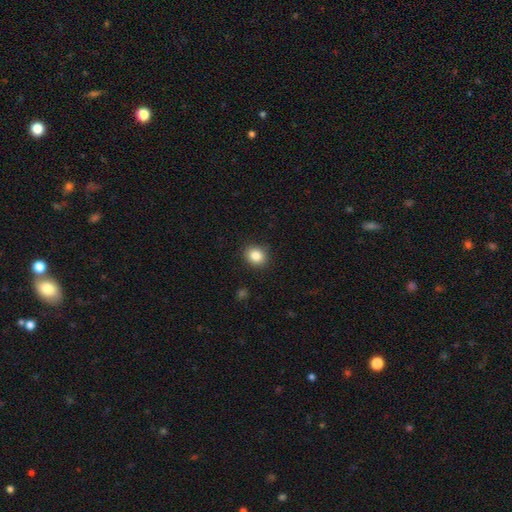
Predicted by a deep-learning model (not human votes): Smooth or featured? smooth (85%)
How rounded? round (62%)
Merging? none (89%)